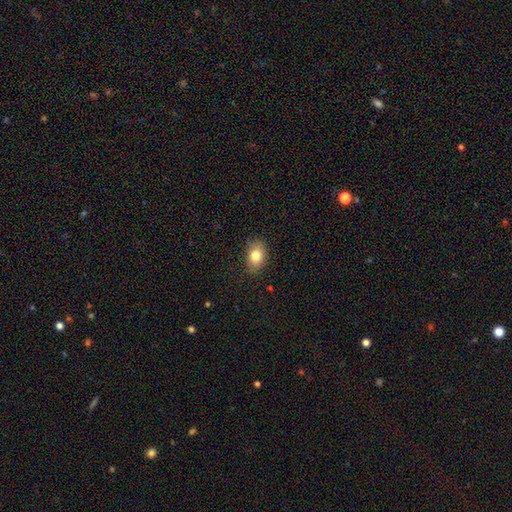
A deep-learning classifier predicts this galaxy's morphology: smooth_or_featured: smooth (p=0.81) [alt: featured or disk p=0.10]
how_rounded: in between (p=0.75) [alt: round p=0.23]
merging: none (p=0.81) [alt: minor disturbance p=0.15]